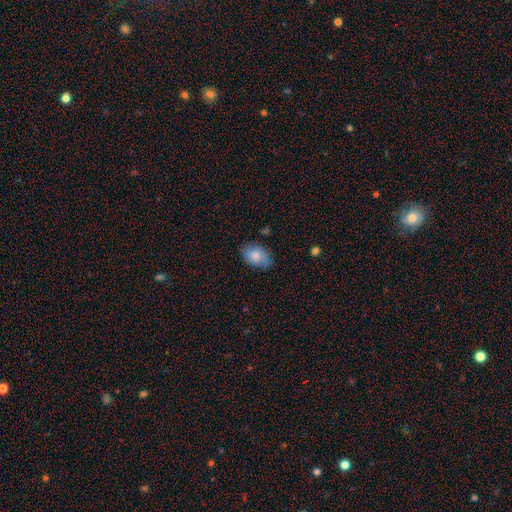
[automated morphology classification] smooth 81%, featured or disk 12%, star or artifact 8%. Down the decision tree: how rounded — in between (82%); merging — none (70%).